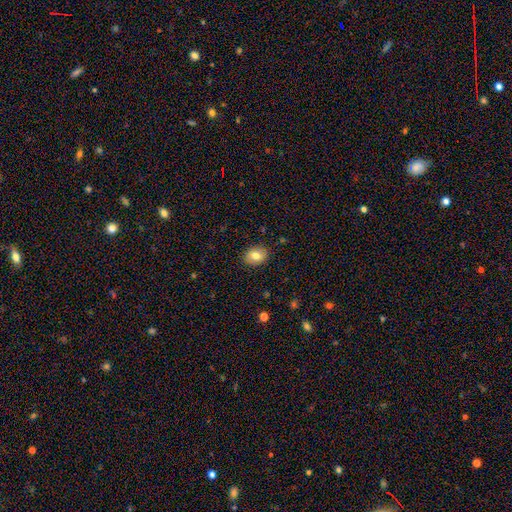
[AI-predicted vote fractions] This is likely a smooth galaxy (75%). How rounded: likely in between (62%). Merging: clearly none (87%).